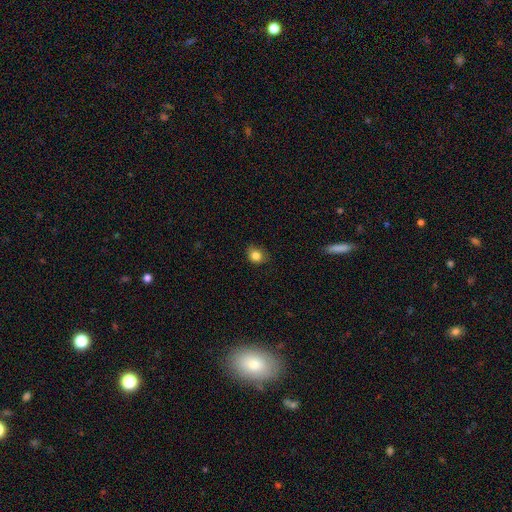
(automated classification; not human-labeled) Morphology: type=smooth (84%); roundness=round (55%); merging=none (77%).